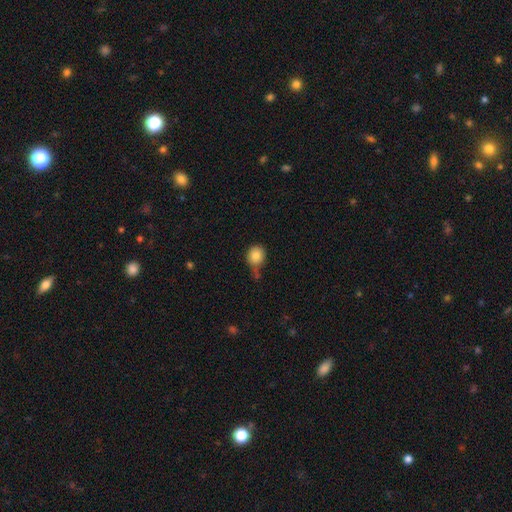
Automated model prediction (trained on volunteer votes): Smooth or featured: smooth — 84% (star or artifact — 9%)
How rounded: round — 82% (in between — 17%)
Merging: none — 56% (minor disturbance — 24%)